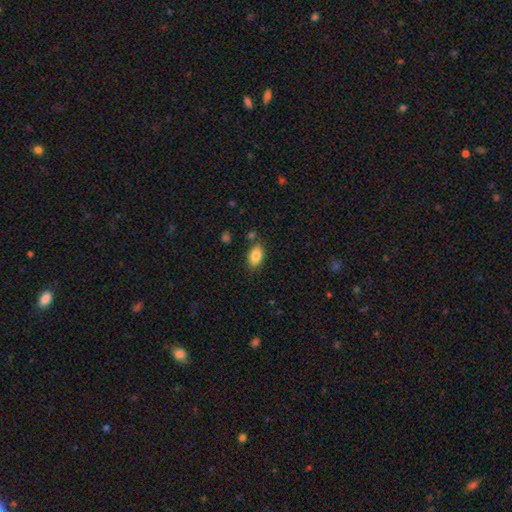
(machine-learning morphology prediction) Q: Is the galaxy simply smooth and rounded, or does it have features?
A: smooth — 85%.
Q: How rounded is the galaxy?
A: in between — 91%.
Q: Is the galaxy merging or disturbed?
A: none — 80%.